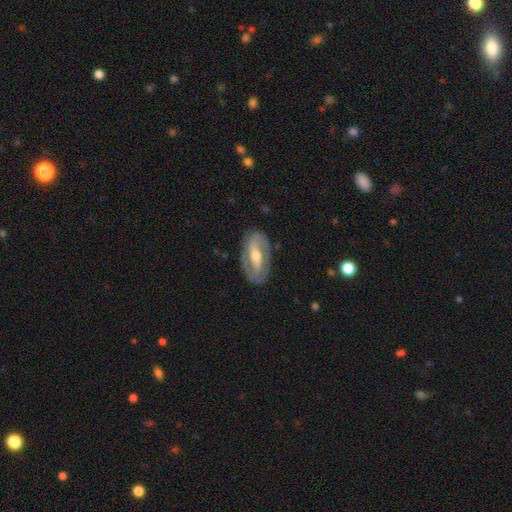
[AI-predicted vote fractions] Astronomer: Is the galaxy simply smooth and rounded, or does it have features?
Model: featured or disk — 81%.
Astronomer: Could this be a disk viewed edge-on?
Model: no — 92%.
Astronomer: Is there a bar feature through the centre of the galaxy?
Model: strong — 49% (runner-up: weak, 33%).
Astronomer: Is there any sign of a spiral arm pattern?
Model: yes — 84%.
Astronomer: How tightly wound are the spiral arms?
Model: medium — 42% (runner-up: tight, 36%).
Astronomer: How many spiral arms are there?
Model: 2 — 85%.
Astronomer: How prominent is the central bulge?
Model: moderate — 65%.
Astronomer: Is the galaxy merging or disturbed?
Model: none — 82%.